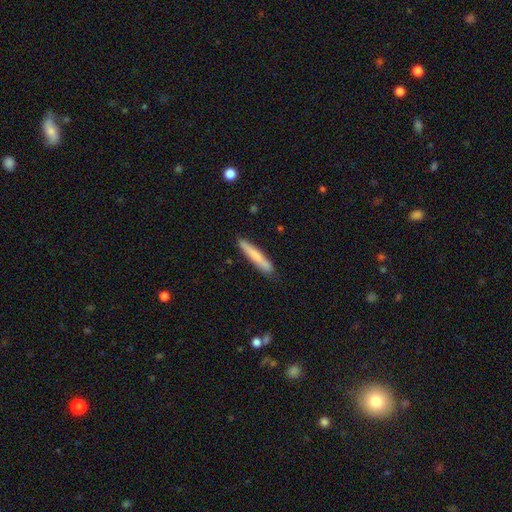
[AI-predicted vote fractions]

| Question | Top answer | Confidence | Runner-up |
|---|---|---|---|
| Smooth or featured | smooth | 71% | featured or disk (23%) |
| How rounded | cigar-shaped | 93% | in between (6%) |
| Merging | none | 83% | minor disturbance (12%) |